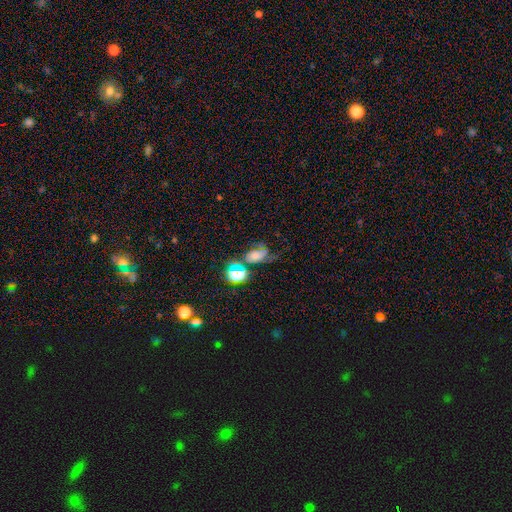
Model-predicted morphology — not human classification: A smooth galaxy with no disk features (41%).

Vote fractions:
- Smooth or featured? smooth: 41% / featured or disk: 35% / star or artifact: 24%
- Merging? none: 36% / major disturbance: 25% / minor disturbance: 23% / merger: 16%